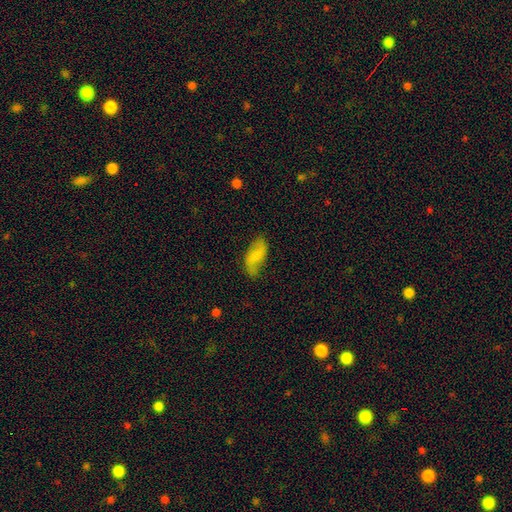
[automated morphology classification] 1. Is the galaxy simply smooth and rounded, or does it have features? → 58% smooth, 35% featured or disk, 7% star or artifact.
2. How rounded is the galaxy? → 90% in between, 7% cigar-shaped, 3% round.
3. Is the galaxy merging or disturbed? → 70% none, 22% minor disturbance, 6% major disturbance, 2% merger.